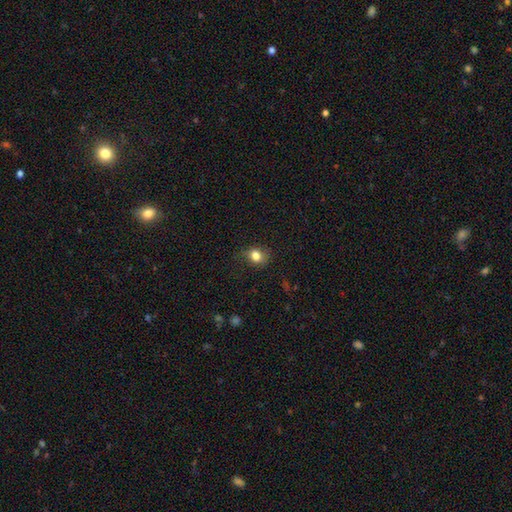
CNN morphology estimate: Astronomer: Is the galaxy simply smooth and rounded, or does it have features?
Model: smooth — 80%.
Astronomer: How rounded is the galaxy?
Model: round — 56% (runner-up: in between, 42%).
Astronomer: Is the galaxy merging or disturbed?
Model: none — 71%.